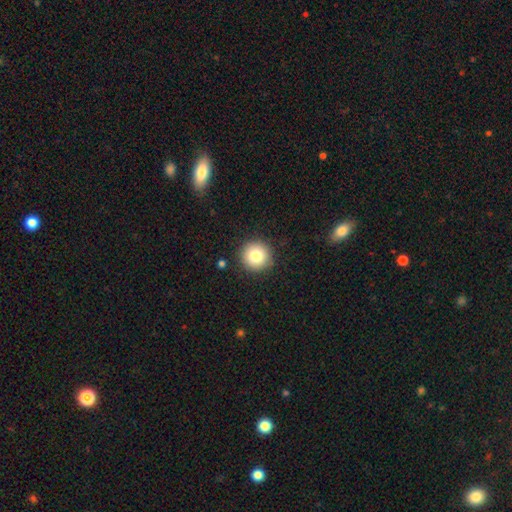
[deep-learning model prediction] A smooth galaxy with no disk features (80%) that is round (95%).

Vote fractions:
- Smooth or featured? smooth: 80% / star or artifact: 10% / featured or disk: 10%
- How rounded? round: 95% / in between: 4% / cigar-shaped: 1%
- Merging? none: 90% / minor disturbance: 6% / major disturbance: 2% / merger: 1%